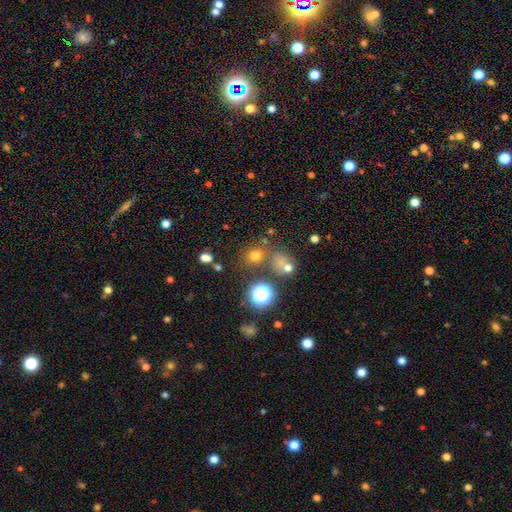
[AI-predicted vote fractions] Smooth or featured? Predicted: smooth (p=0.67). How rounded? Predicted: round (p=0.74). Merging? Predicted: none (p=0.70).